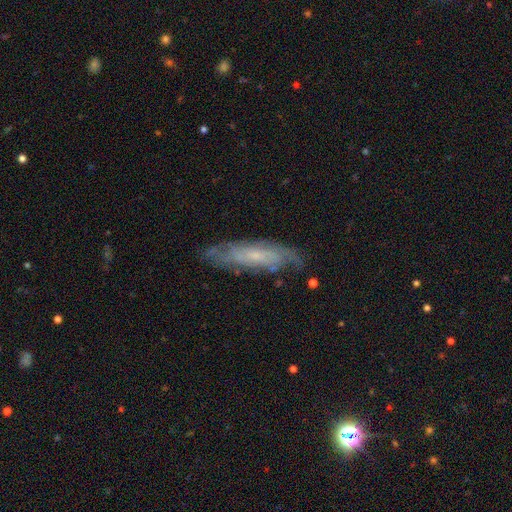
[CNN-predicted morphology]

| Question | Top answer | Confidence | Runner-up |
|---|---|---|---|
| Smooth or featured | featured or disk | 68% | smooth (25%) |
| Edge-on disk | no | 68% | yes (32%) |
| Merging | none | 75% | minor disturbance (18%) |